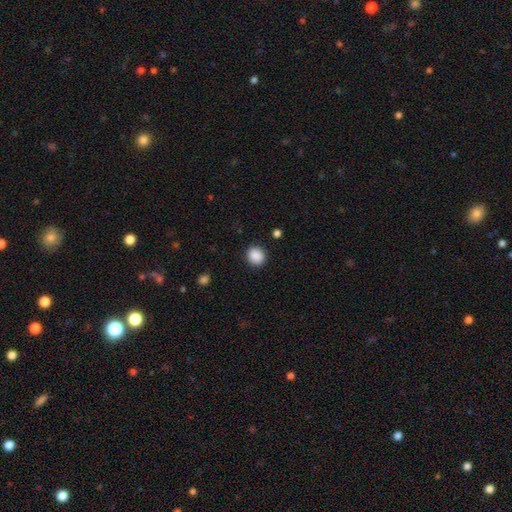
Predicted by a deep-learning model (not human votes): Smooth or featured: smooth — 89% (star or artifact — 9%)
How rounded: round — 81% (in between — 18%)
Merging: none — 90% (minor disturbance — 7%)